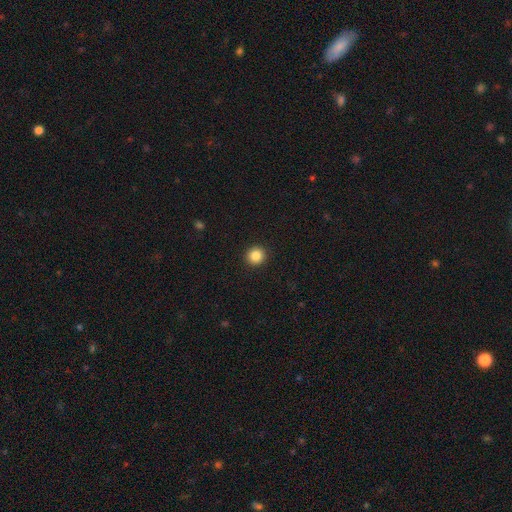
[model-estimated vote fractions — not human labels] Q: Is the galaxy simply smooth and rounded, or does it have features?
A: smooth — 85%.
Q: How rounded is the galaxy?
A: round — 94%.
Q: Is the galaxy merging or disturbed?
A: none — 93%.